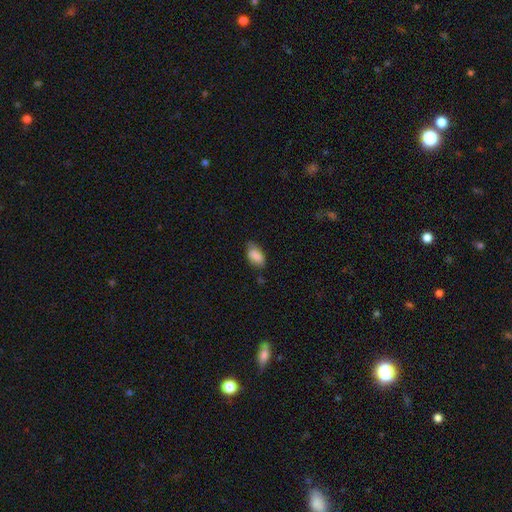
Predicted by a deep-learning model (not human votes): Smooth or featured? Predicted: smooth (p=0.84). How rounded? Predicted: in between (p=0.91). Merging? Predicted: none (p=0.63).